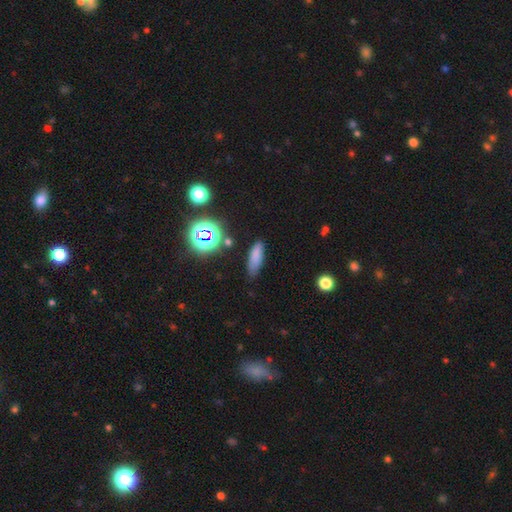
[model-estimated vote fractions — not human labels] A smooth galaxy with no disk features (74%) that is in between round and cigar-shaped (51%). Merging: none (77%).